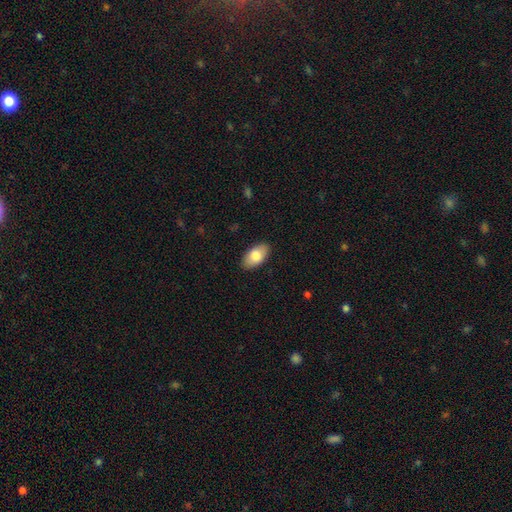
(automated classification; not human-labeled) A smooth galaxy with no disk features (81%) that is in between round and cigar-shaped (95%). Merging: none (88%).